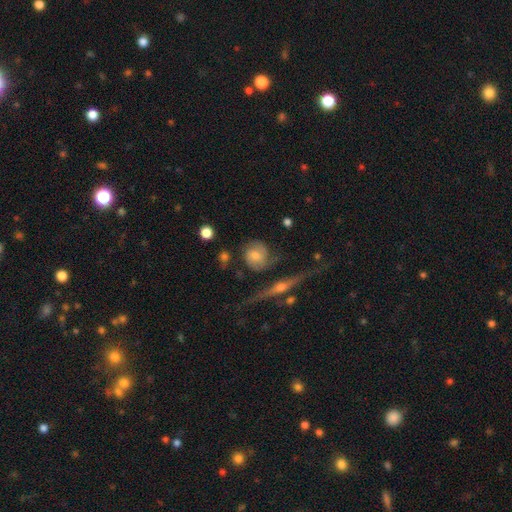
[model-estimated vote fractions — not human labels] A featured or disk galaxy (52%). Merging: none (60%).